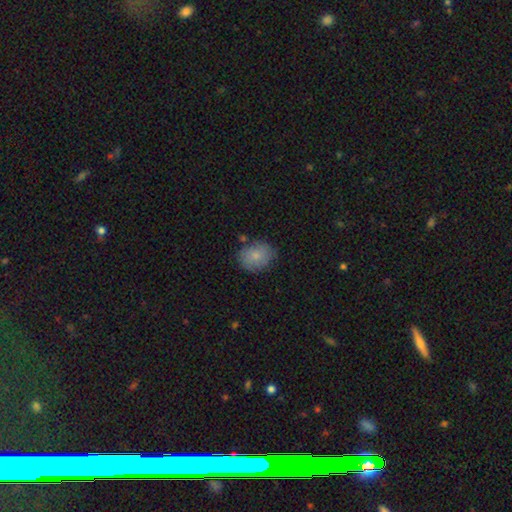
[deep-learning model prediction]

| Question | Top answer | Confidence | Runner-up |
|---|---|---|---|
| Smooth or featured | smooth | 78% | featured or disk (14%) |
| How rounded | round | 60% | in between (39%) |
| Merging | none | 73% | minor disturbance (18%) |